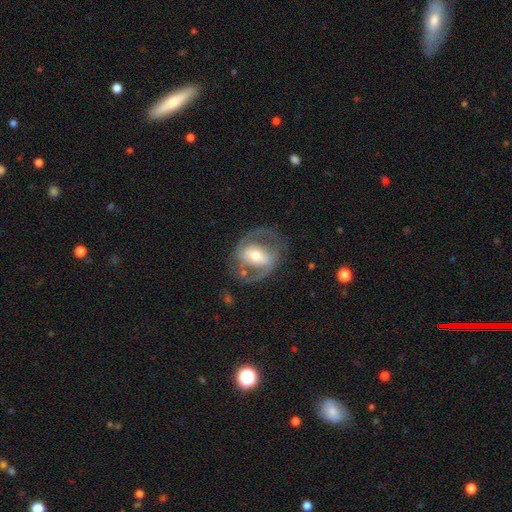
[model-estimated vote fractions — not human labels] Q: Smooth or featured?
A: featured or disk (81%); runner-up: smooth (14%)
Q: Edge-on disk?
A: no (96%); runner-up: yes (4%)
Q: Bar?
A: strong (38%); runner-up: weak (35%)
Q: Spiral arms?
A: yes (83%); runner-up: no (17%)
Q: Spiral winding?
A: medium (54%); runner-up: tight (23%)
Q: Spiral arm count?
A: 2 (87%); runner-up: can't tell (6%)
Q: Bulge size?
A: moderate (67%); runner-up: small (20%)
Q: Merging?
A: none (69%); runner-up: minor disturbance (15%)